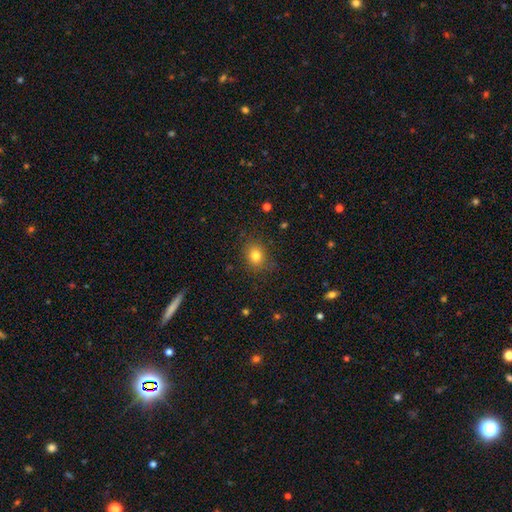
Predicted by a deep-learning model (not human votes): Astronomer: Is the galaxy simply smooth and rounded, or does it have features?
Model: smooth — 80%.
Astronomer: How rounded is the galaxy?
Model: round — 64%.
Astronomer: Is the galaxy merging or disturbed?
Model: none — 83%.